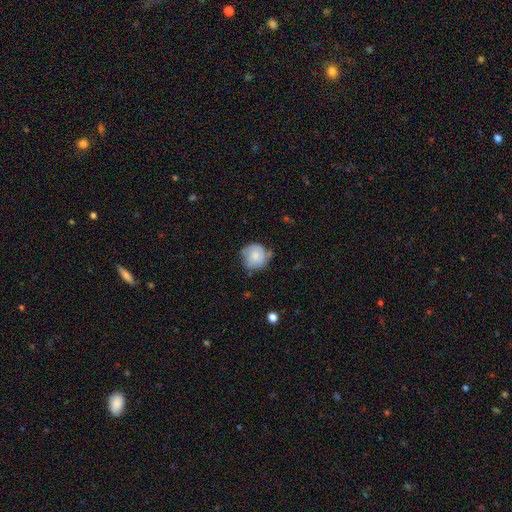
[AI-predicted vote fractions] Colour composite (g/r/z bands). It shows a smooth galaxy with no disk features (64%) that is round (88%). Merging: none (57%).